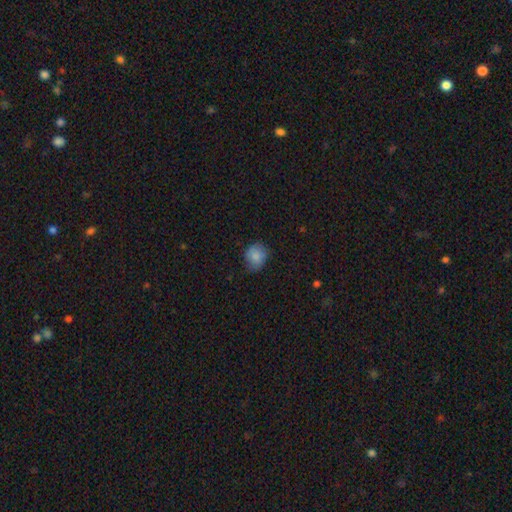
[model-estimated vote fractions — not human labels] Morphology: type=smooth (84%); roundness=round (66%); merging=none (68%).